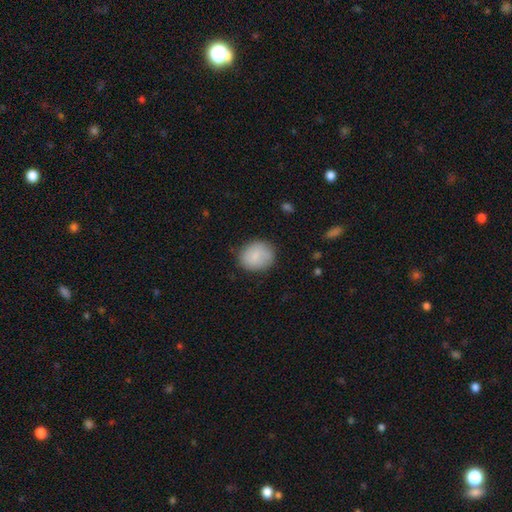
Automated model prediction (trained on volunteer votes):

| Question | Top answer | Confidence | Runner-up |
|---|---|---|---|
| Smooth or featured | smooth | 84% | featured or disk (10%) |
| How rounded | round | 65% | in between (34%) |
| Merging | none | 78% | minor disturbance (16%) |